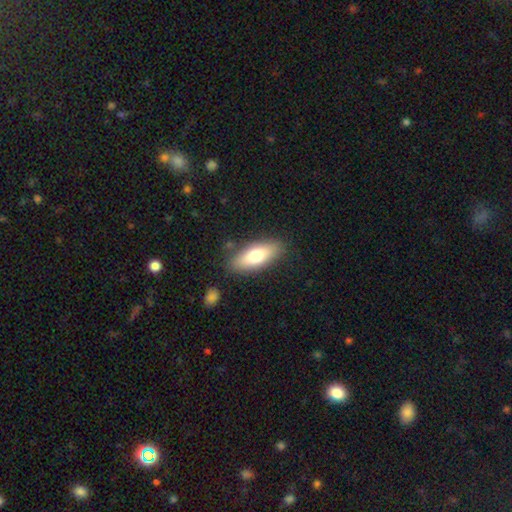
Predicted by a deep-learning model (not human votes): This appears to be a smooth galaxy with no disk features (72%) that is in between round and cigar-shaped (74%). Merging: none (83%).